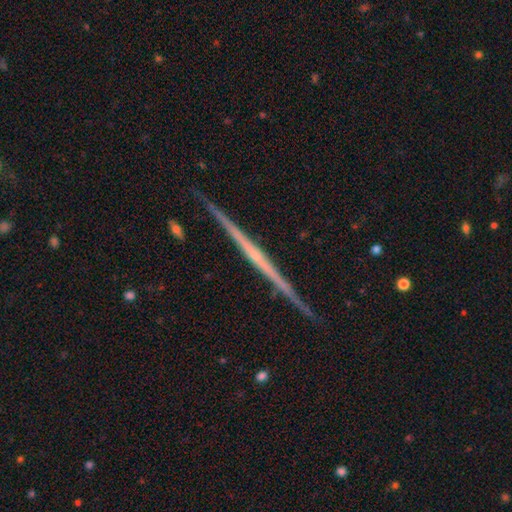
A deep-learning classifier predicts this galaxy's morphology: Q: Smooth or featured?
A: featured or disk (80%); runner-up: smooth (14%)
Q: Edge-on disk?
A: yes (98%); runner-up: no (2%)
Q: Edge-on bulge?
A: none (69%); runner-up: rounded (24%)
Q: Merging?
A: none (92%); runner-up: minor disturbance (6%)